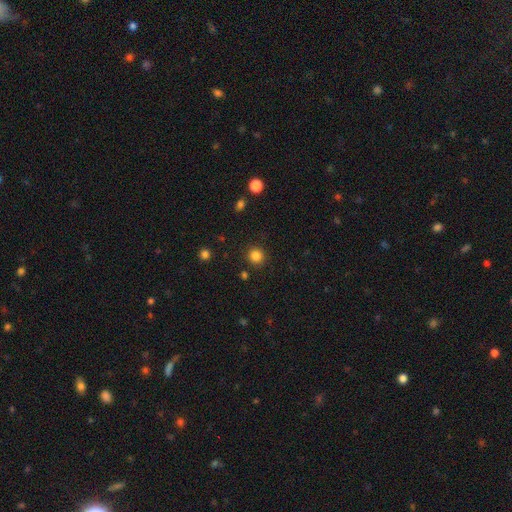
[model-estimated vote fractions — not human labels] smooth-or-featured: smooth: 83% | star or artifact: 13% | featured or disk: 4%
  how-rounded: round: 93% | in between: 6% | cigar-shaped: 1%
  merging: none: 90% | minor disturbance: 6% | major disturbance: 2% | merger: 2%